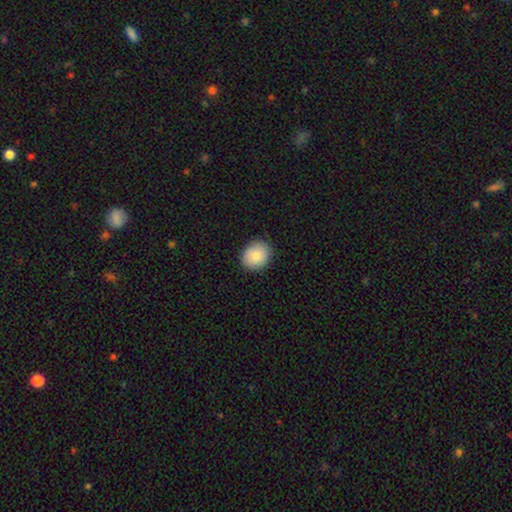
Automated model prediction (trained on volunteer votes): Smooth or featured: smooth — 86% (star or artifact — 7%)
How rounded: round — 68% (in between — 32%)
Merging: none — 88% (minor disturbance — 9%)